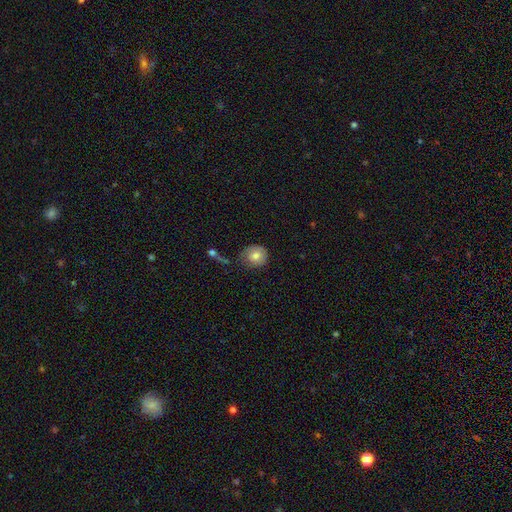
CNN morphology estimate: type=smooth (78%); roundness=round (84%); merging=none (64%).